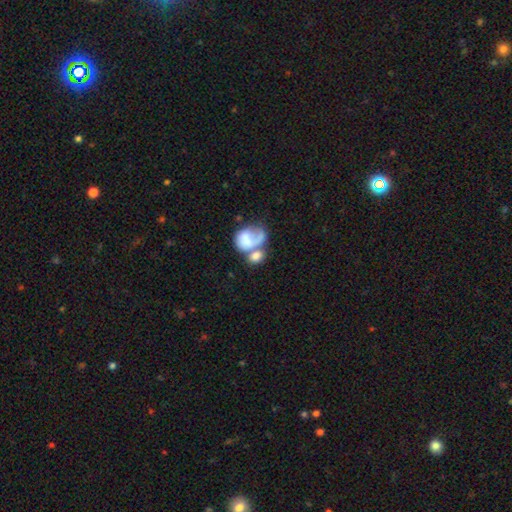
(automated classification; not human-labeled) smooth-or-featured: smooth: 58% | featured or disk: 34% | star or artifact: 8%
  how-rounded: in between: 63% | round: 36% | cigar-shaped: 1%
  merging: merger: 55% | major disturbance: 20% | none: 16% | minor disturbance: 9%